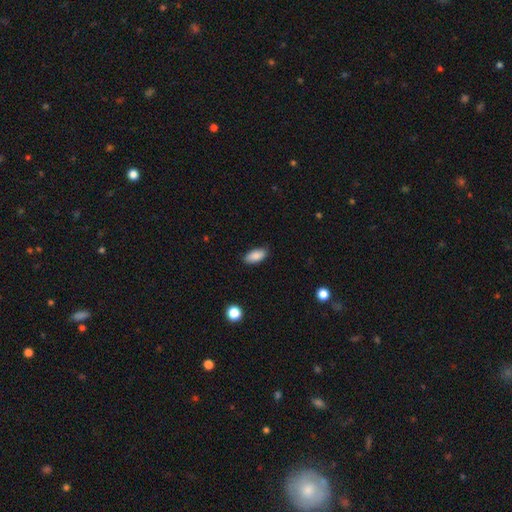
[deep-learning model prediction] smooth-or-featured: smooth: 88% | star or artifact: 7% | featured or disk: 5%
  how-rounded: in between: 91% | cigar-shaped: 7% | round: 3%
  merging: none: 85% | minor disturbance: 11% | major disturbance: 2% | merger: 1%